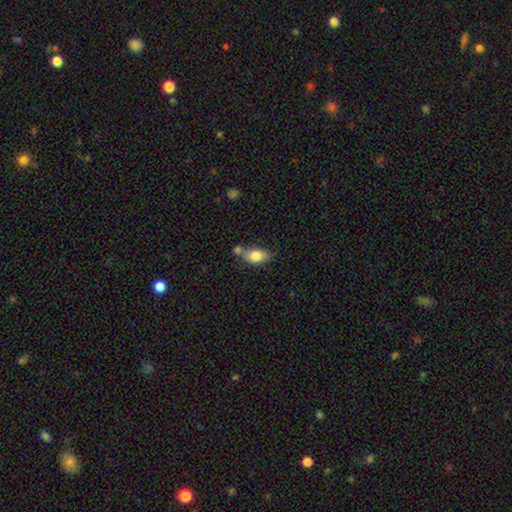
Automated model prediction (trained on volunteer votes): This is likely a smooth galaxy (79%). How rounded: clearly in between (84%). Merging: marginally none (39%).